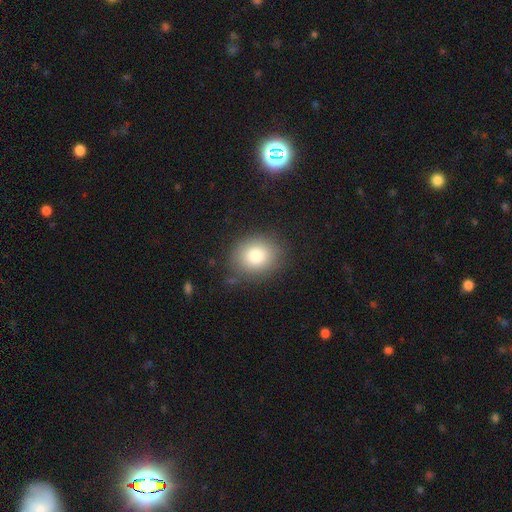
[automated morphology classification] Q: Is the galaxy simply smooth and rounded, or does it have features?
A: smooth — 81%.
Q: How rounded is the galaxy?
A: round — 66%.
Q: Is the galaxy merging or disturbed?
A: none — 83%.